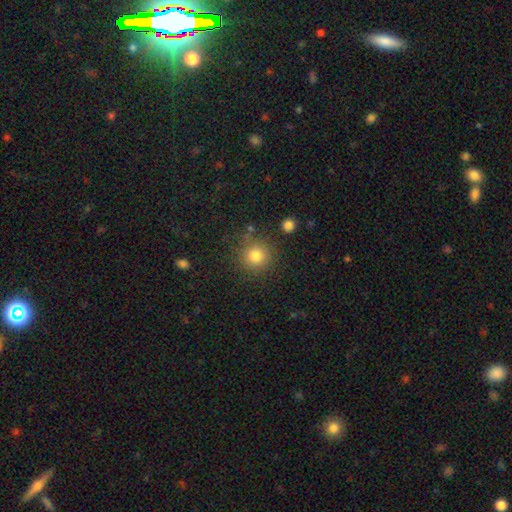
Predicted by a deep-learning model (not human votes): Smooth or featured? Predicted: smooth (p=0.81). How rounded? Predicted: round (p=0.93). Merging? Predicted: none (p=0.84).